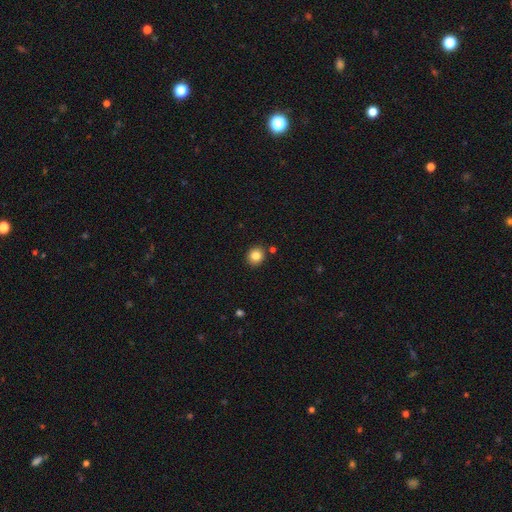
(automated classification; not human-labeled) A smooth galaxy with no disk features (84%) that is round (84%).

Vote fractions:
- Smooth or featured? smooth: 84% / star or artifact: 11% / featured or disk: 5%
- How rounded? round: 84% / in between: 15% / cigar-shaped: 1%
- Merging? none: 87% / minor disturbance: 7% / merger: 4% / major disturbance: 2%